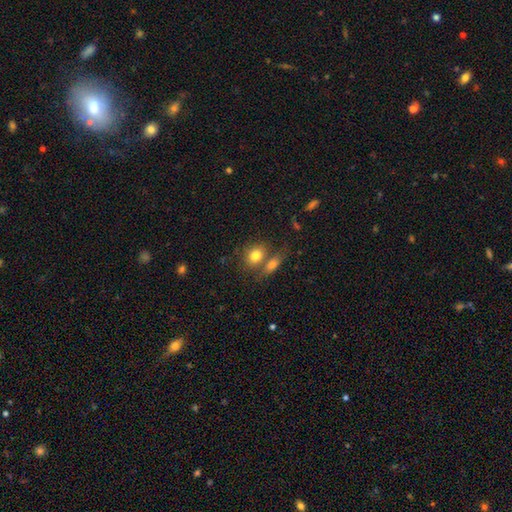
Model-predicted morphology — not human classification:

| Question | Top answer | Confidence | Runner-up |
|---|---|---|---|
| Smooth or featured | smooth | 80% | featured or disk (11%) |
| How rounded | in between | 53% | round (45%) |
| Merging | none | 49% | merger (36%) |